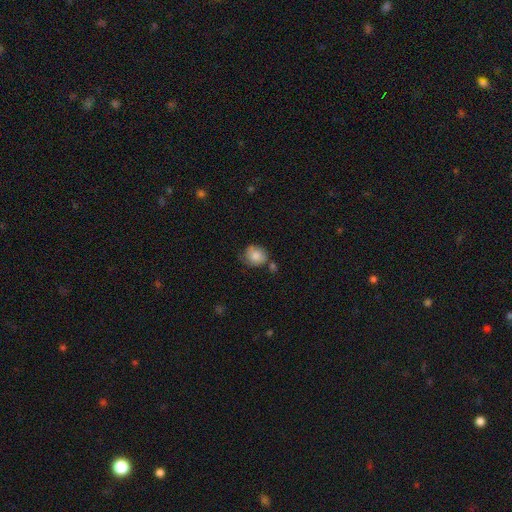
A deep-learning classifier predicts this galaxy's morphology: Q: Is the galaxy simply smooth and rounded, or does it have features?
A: smooth — 75%.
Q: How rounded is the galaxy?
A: round — 69%.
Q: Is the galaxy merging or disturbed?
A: none — 54%.